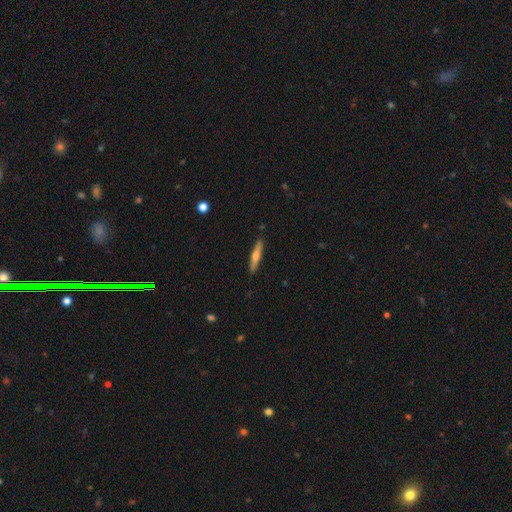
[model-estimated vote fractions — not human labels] A featured or disk galaxy (51%) viewed edge-on (95%).

Vote fractions:
- Smooth or featured? featured or disk: 51% / smooth: 43% / star or artifact: 6%
- Edge-on disk? yes: 95% / no: 5%
- Merging? none: 90% / minor disturbance: 7% / major disturbance: 1% / merger: 1%